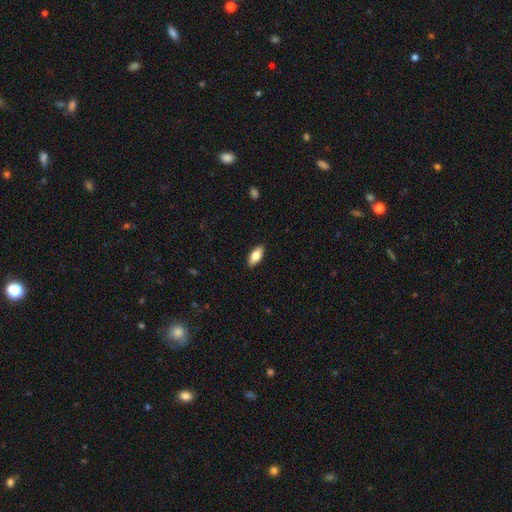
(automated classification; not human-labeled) smooth_or_featured: smooth (p=0.77) [alt: featured or disk p=0.17]
how_rounded: in between (p=0.85) [alt: cigar-shaped p=0.13]
merging: none (p=0.89) [alt: minor disturbance p=0.08]